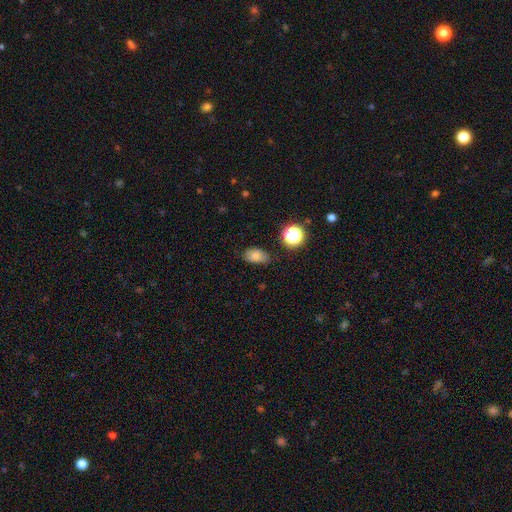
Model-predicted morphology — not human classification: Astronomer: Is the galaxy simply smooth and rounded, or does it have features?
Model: smooth — 79%.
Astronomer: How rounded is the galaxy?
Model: in between — 86%.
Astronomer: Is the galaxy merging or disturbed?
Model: none — 76%.